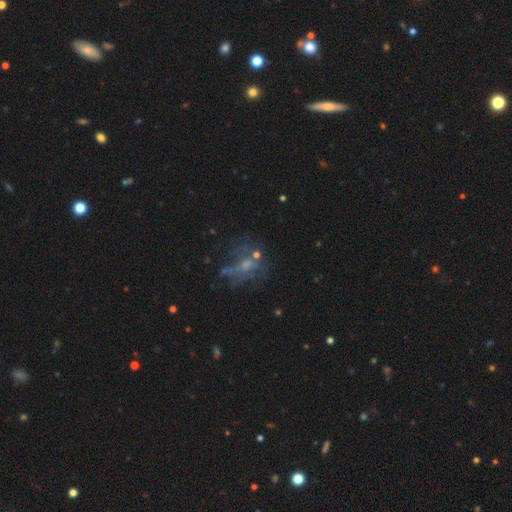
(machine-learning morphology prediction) Q: Smooth or featured?
A: featured or disk (48%); runner-up: smooth (29%)
Q: Merging?
A: none (44%); runner-up: major disturbance (28%)